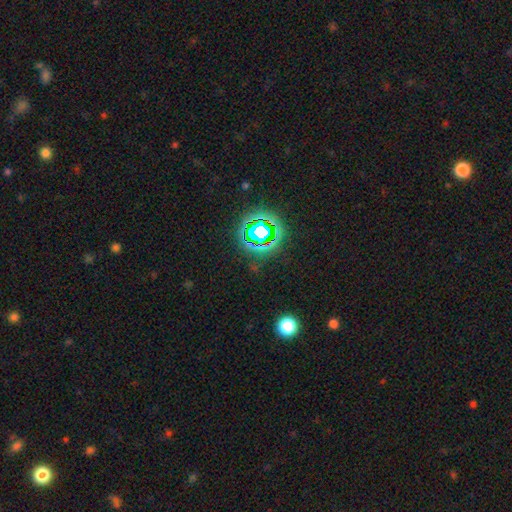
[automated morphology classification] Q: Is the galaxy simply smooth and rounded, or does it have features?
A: star or artifact — 77%.